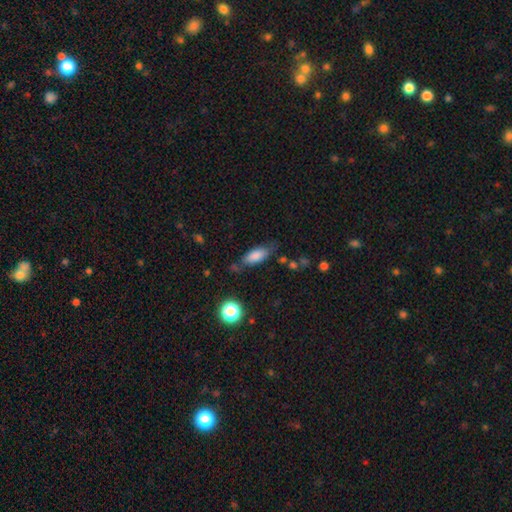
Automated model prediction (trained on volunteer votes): smooth 81%, featured or disk 11%, star or artifact 8%. Down the decision tree: how rounded — in between (78%); merging — none (64%).